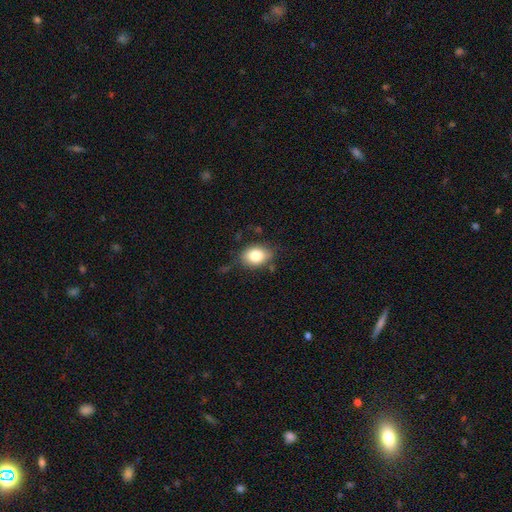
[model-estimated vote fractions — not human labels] Smooth or featured: smooth — 81% (featured or disk — 10%)
How rounded: in between — 67% (round — 31%)
Merging: none — 73% (minor disturbance — 19%)